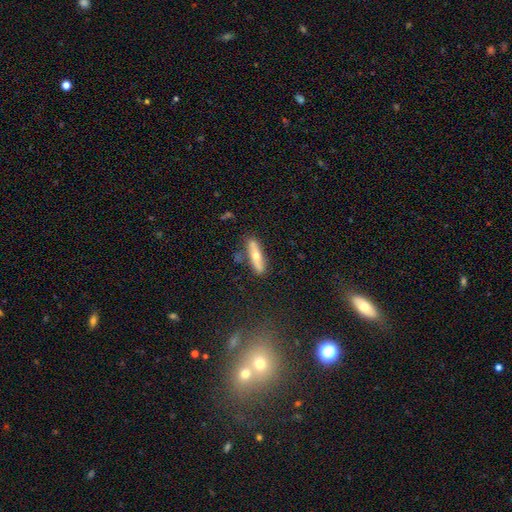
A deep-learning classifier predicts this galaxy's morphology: A smooth galaxy with no disk features (47%). Merging: none (79%).